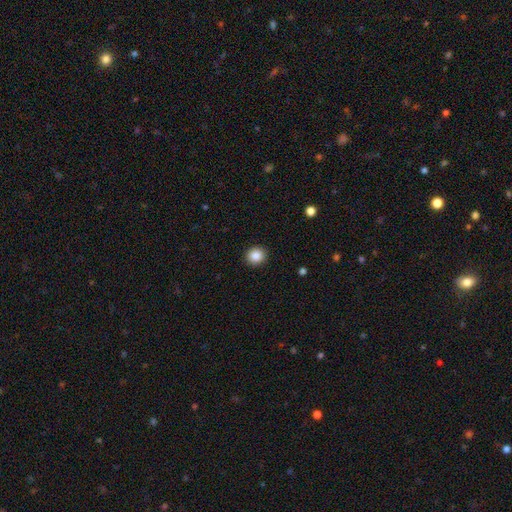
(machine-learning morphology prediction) Smooth or featured: smooth — 87% (star or artifact — 9%)
How rounded: round — 90% (in between — 9%)
Merging: none — 92% (minor disturbance — 5%)